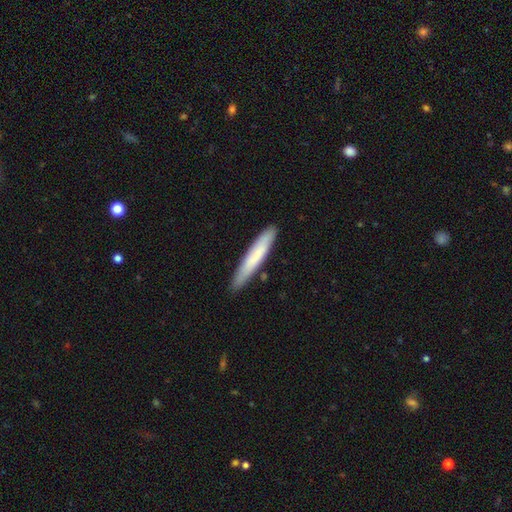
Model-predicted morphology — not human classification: Overall: smooth (72%). How rounded: cigar-shaped (93%). Merging: none (87%).